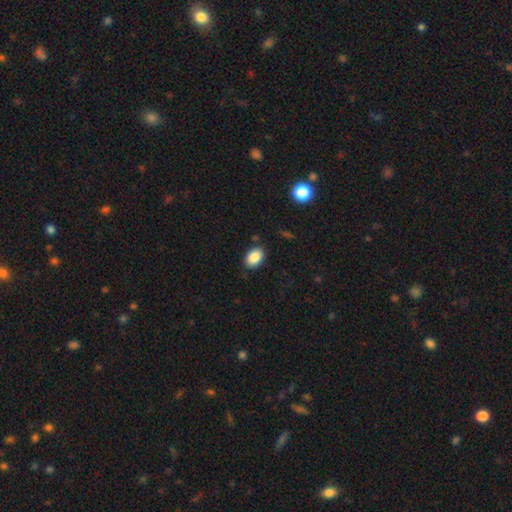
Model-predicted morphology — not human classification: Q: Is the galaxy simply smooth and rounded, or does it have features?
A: smooth — 87%.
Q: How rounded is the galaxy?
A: in between — 83%.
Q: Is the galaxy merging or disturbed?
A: none — 86%.